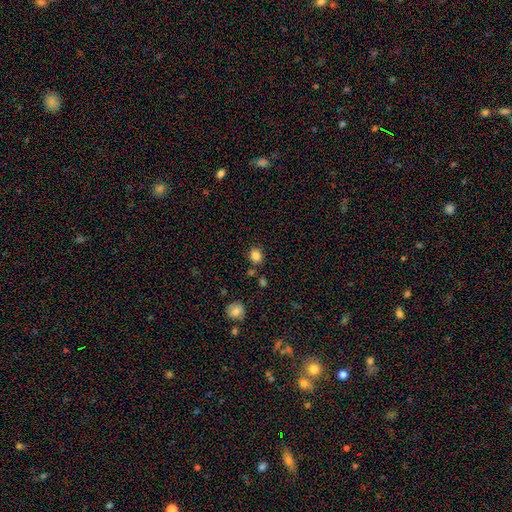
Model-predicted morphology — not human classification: Q: Smooth or featured?
A: smooth (83%); runner-up: star or artifact (11%)
Q: How rounded?
A: round (69%); runner-up: in between (30%)
Q: Merging?
A: none (80%); runner-up: minor disturbance (11%)